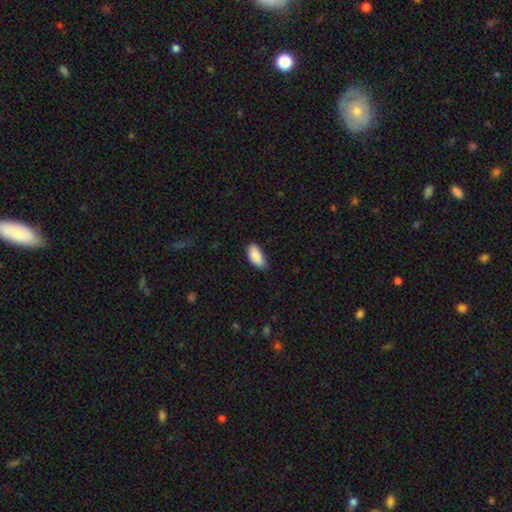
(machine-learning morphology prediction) Overall: smooth (89%). How rounded: in between (93%). Merging: none (63%; minor disturbance 31%).